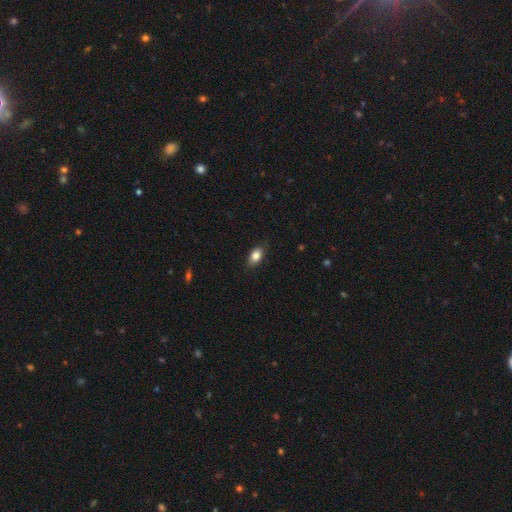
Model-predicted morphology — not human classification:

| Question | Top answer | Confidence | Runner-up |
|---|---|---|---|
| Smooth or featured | smooth | 83% | featured or disk (9%) |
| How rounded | in between | 86% | round (11%) |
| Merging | none | 85% | minor disturbance (12%) |